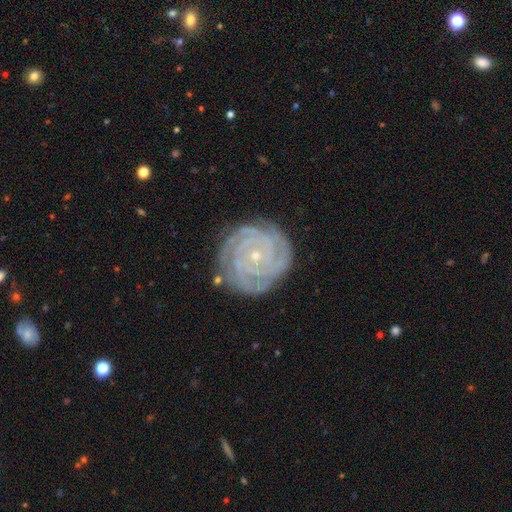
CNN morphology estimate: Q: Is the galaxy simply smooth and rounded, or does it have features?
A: featured or disk — 90%.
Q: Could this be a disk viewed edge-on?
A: no — 98%.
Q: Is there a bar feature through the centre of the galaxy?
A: no — 77%.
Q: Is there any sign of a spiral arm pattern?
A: yes — 98%.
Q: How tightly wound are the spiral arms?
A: tight — 89%.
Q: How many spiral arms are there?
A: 4 — 28%, tied with 3.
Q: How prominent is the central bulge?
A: small — 84%.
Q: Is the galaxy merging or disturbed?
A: none — 83%.